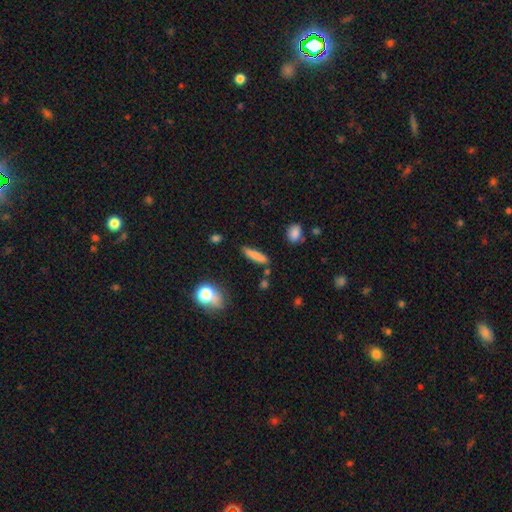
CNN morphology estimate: A smooth galaxy with no disk features (79%) that is cigar-shaped (81%). Merging: none (82%).